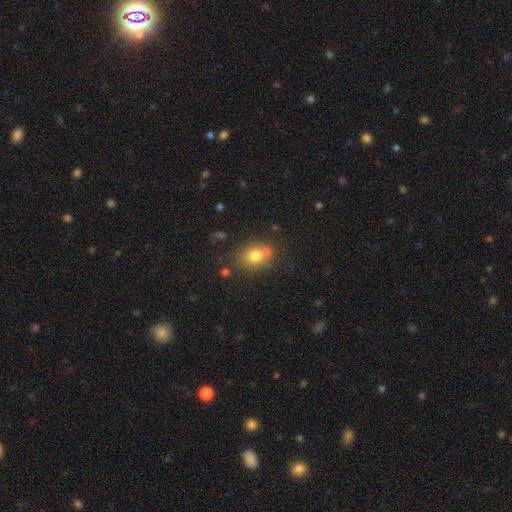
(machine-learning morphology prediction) Smooth or featured?
  - smooth: 74% *
  - star or artifact: 13%
  - featured or disk: 13%
How rounded?
  - round: 58% *
  - in between: 41%
  - cigar-shaped: 1%
Merging?
  - none: 60% *
  - merger: 23%
  - minor disturbance: 13%
  - major disturbance: 4%